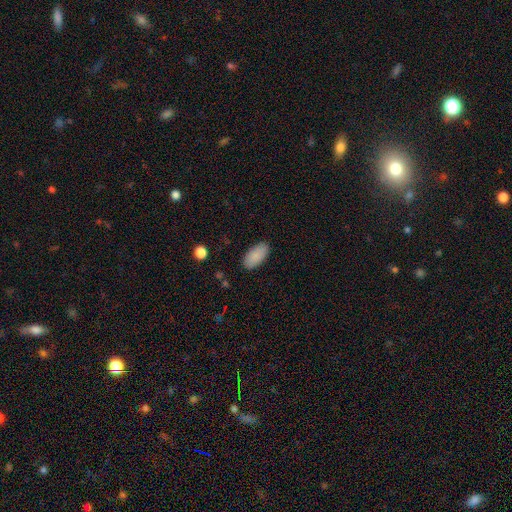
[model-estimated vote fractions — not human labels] This appears to be a smooth galaxy with no disk features (89%) that is in between round and cigar-shaped (94%). Merging: none (88%).